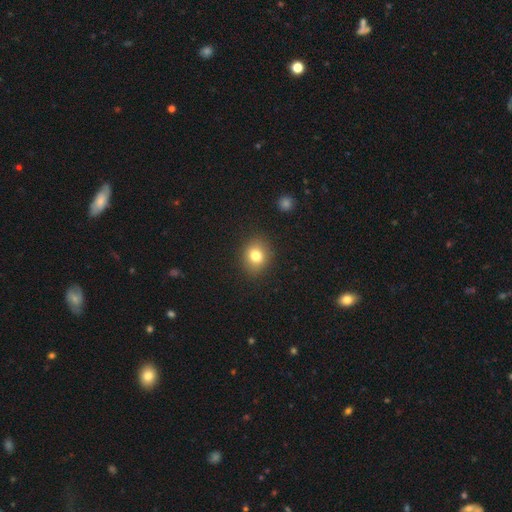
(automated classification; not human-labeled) Smooth or featured? smooth (79%)
How rounded? round (67%)
Merging? none (89%)